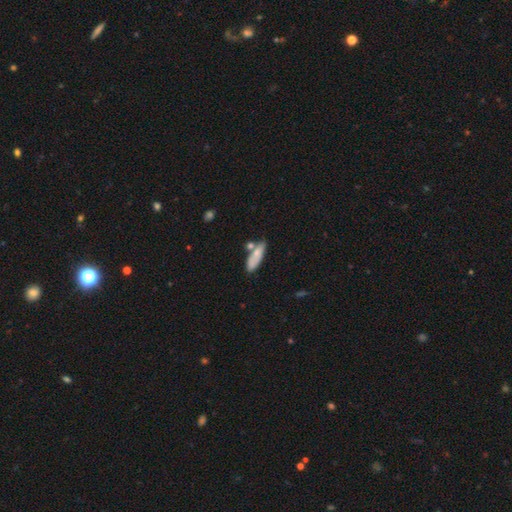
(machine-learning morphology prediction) A smooth galaxy with no disk features (77%) that is in between round and cigar-shaped (59%).

Vote fractions:
- Smooth or featured? smooth: 77% / featured or disk: 17% / star or artifact: 7%
- How rounded? in between: 59% / cigar-shaped: 38% / round: 3%
- Merging? none: 56% / merger: 19% / minor disturbance: 19% / major disturbance: 5%